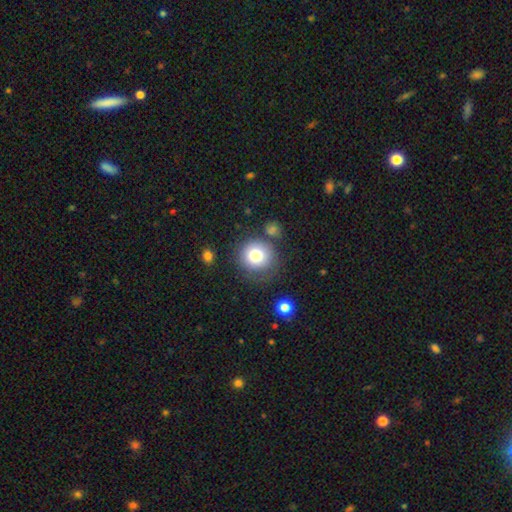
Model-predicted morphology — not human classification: This appears to be a smooth galaxy with no disk features (82%) that is round (90%). Merging: none (67%).